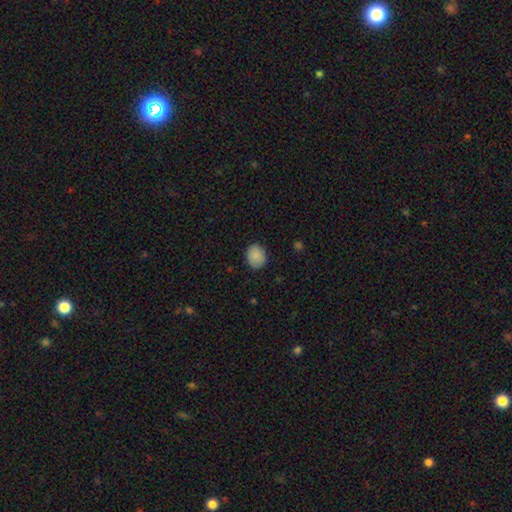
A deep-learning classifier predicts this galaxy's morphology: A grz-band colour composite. It shows a smooth galaxy with no disk features (88%) that is round (62%). Merging: none (87%).